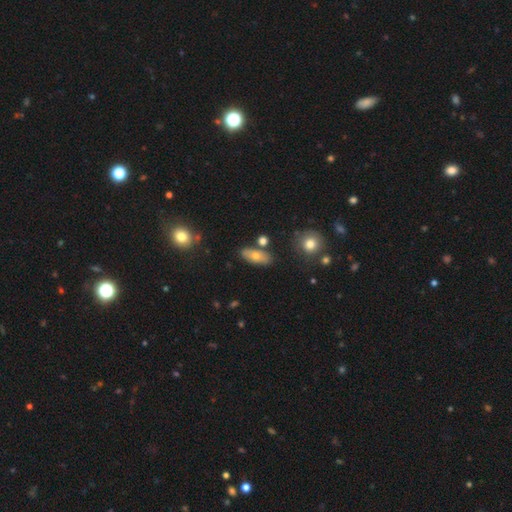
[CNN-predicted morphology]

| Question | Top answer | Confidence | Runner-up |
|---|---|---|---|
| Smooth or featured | smooth | 68% | featured or disk (23%) |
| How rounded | in between | 77% | cigar-shaped (17%) |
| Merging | none | 78% | minor disturbance (12%) |